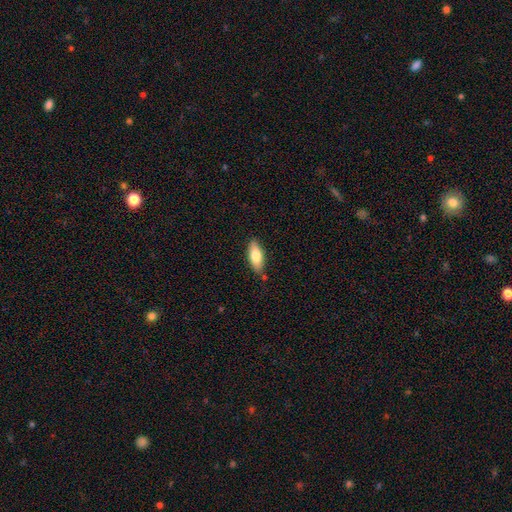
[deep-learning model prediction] This appears to be a smooth galaxy with no disk features (76%) that is in between round and cigar-shaped (77%). Merging: none (82%).